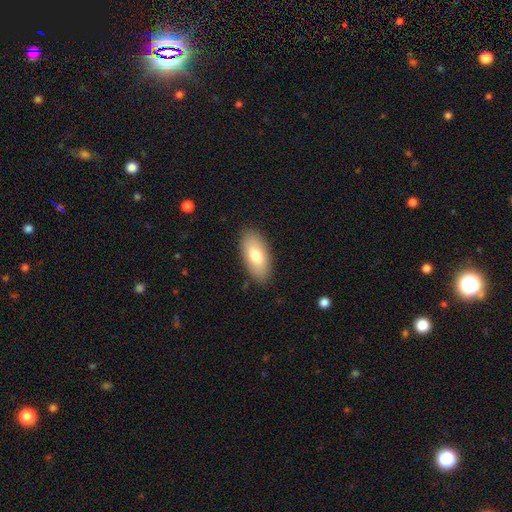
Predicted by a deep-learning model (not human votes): A smooth galaxy with no disk features (76%) that is in between round and cigar-shaped (90%).

Vote fractions:
- Smooth or featured? smooth: 76% / featured or disk: 18% / star or artifact: 6%
- How rounded? in between: 90% / cigar-shaped: 7% / round: 2%
- Merging? none: 86% / minor disturbance: 10% / major disturbance: 2% / merger: 1%